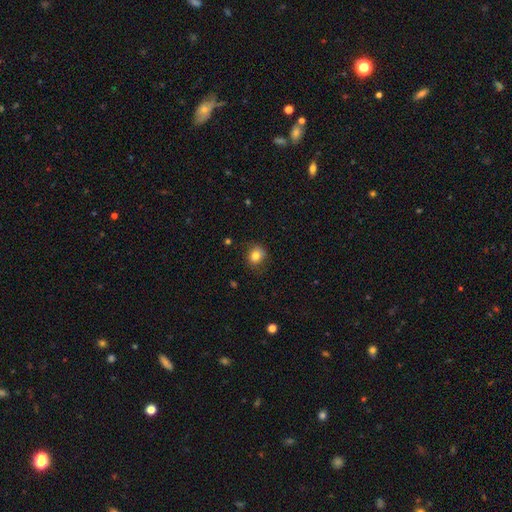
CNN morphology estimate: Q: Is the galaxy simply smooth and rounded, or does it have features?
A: smooth — 80%.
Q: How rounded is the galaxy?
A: round — 74%.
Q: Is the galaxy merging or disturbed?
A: none — 77%.